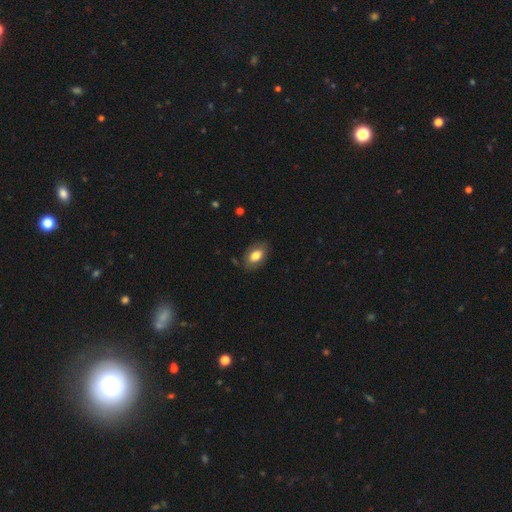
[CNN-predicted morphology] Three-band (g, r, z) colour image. It shows a smooth galaxy with no disk features (79%) that is in between round and cigar-shaped (89%). Merging: none (81%).